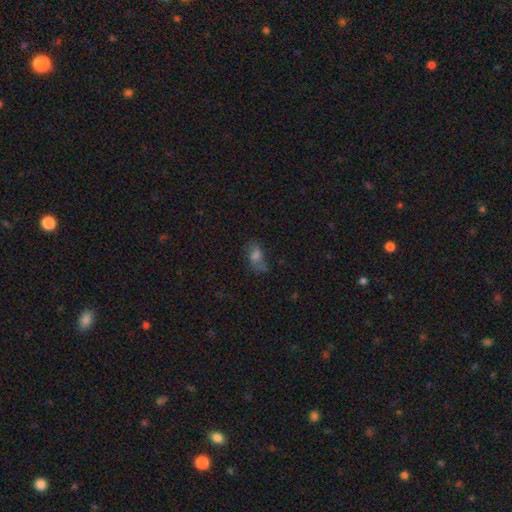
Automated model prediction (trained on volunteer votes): This is possibly a smooth galaxy (56%). How rounded: clearly in between (81%). Merging: possibly none (56%).